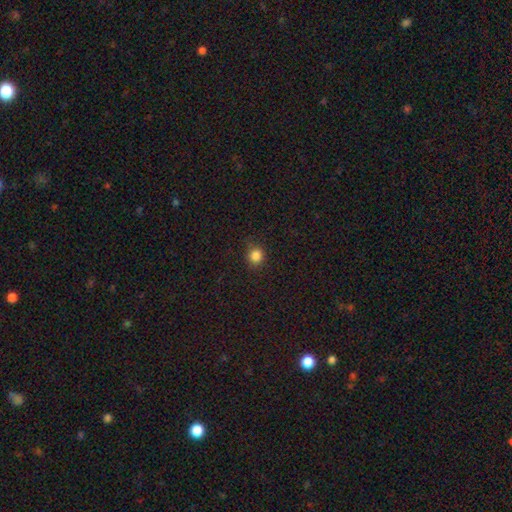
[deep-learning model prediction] Smooth or featured? Predicted: smooth (p=0.84). How rounded? Predicted: round (p=0.89). Merging? Predicted: none (p=0.85).